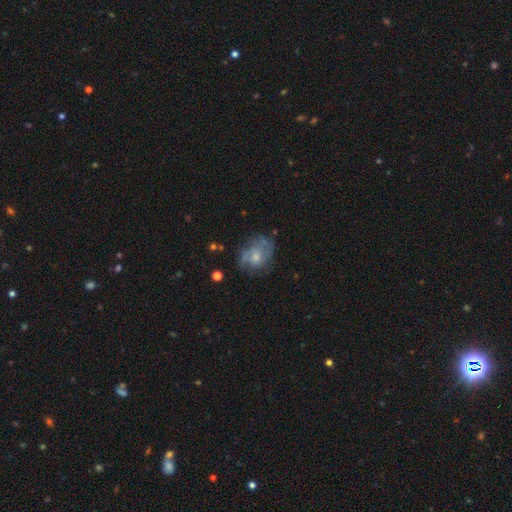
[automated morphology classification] A featured or disk galaxy (59%) with no bar (79%), spiral arms (70%) and a small central bulge (45%).

Vote fractions:
- Smooth or featured? featured or disk: 59% / smooth: 32% / star or artifact: 9%
- Edge-on disk? no: 97% / yes: 3%
- Bar? no: 79% / weak: 19% / strong: 2%
- Spiral arms? yes: 70% / no: 30%
- Bulge size? small: 45% / moderate: 44% / none: 5% / large: 4% / dominant: 1%
- Merging? none: 54% / minor disturbance: 24% / major disturbance: 19% / merger: 3%